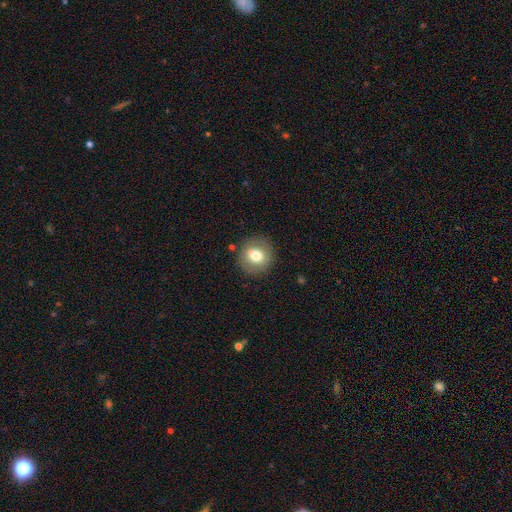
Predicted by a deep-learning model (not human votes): Morphology: type=smooth (72%); roundness=round (84%); merging=none (87%).